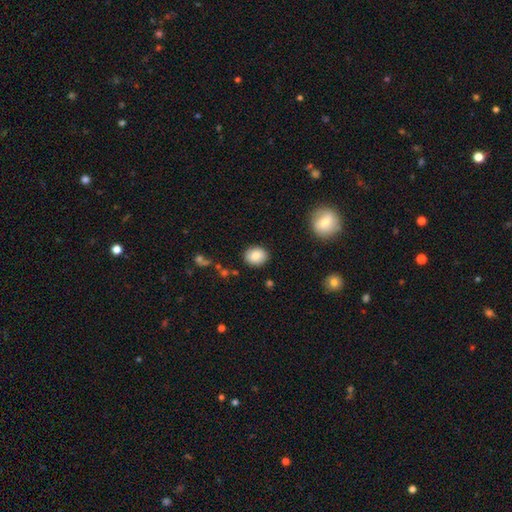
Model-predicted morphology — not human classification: smooth 82%, featured or disk 10%, star or artifact 9%. Down the decision tree: how rounded — round (68%); merging — none (88%).